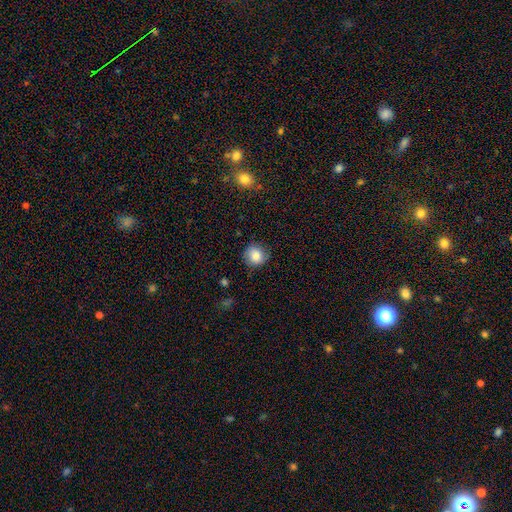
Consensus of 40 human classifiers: A smooth galaxy with no disk features (82%) that is round (94%). Merging: none (77%).